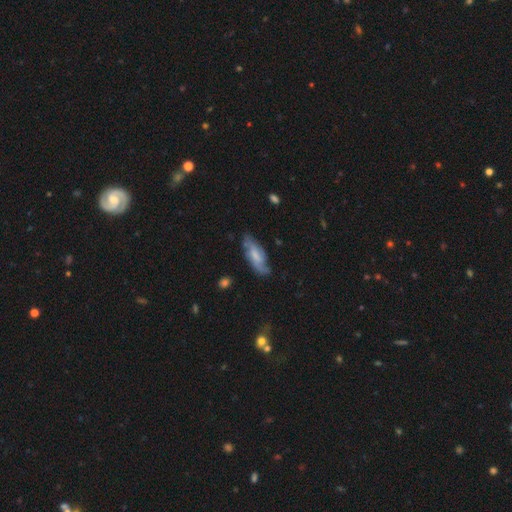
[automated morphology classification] Smooth or featured: featured or disk — 57% (smooth — 37%)
Edge-on disk: no — 83% (yes — 17%)
Merging: none — 68% (minor disturbance — 22%)